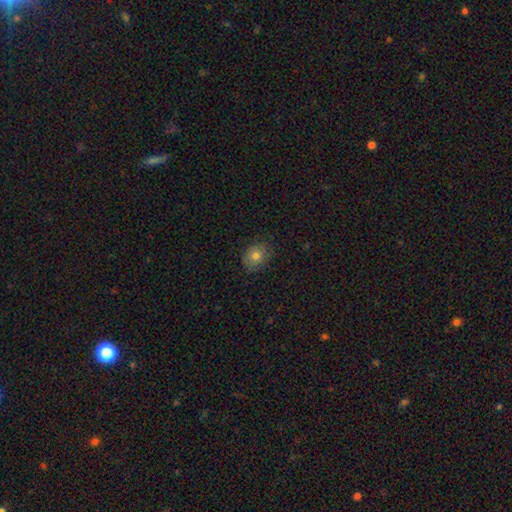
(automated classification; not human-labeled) smooth_or_featured: smooth (p=0.78) [alt: star or artifact p=0.11]
how_rounded: round (p=0.60) [alt: in between p=0.39]
merging: none (p=0.81) [alt: minor disturbance p=0.15]